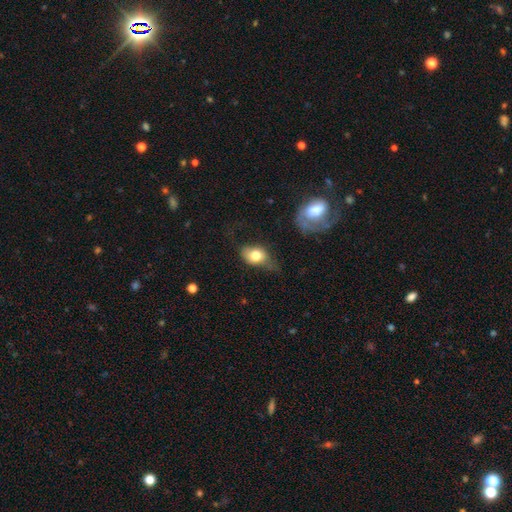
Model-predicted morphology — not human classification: This appears to be a smooth galaxy with no disk features (71%) that is in between round and cigar-shaped (74%). Merging: none (35%).